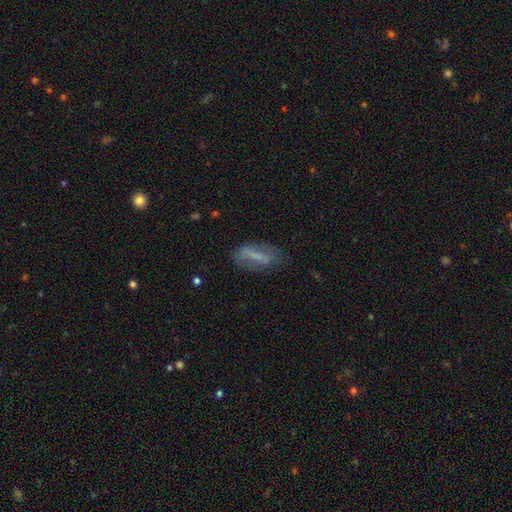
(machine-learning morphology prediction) A smooth galaxy with no disk features (54%) that is in between round and cigar-shaped (58%).

Vote fractions:
- Smooth or featured? smooth: 54% / featured or disk: 36% / star or artifact: 10%
- How rounded? in between: 58% / cigar-shaped: 38% / round: 4%
- Merging? none: 68% / minor disturbance: 21% / major disturbance: 9% / merger: 2%